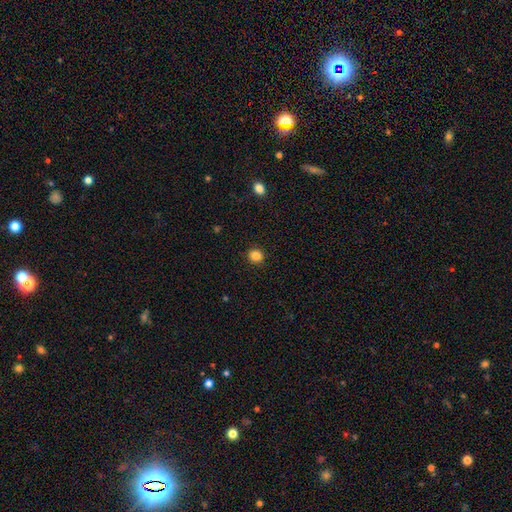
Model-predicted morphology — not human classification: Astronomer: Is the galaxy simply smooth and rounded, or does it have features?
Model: smooth — 85%.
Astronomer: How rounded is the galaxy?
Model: round — 89%.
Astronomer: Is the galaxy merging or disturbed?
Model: none — 92%.